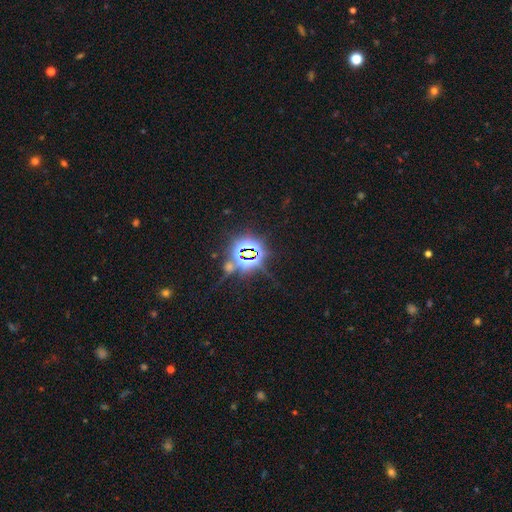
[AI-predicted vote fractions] Overall: star or artifact (83%).